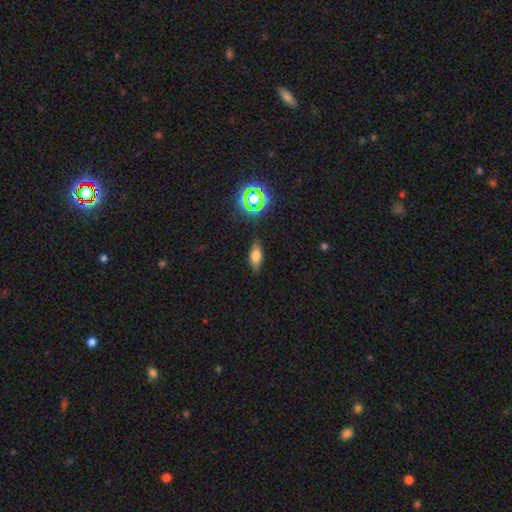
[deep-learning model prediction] Smooth or featured? Predicted: smooth (p=0.66). How rounded? Predicted: in between (p=0.75). Merging? Predicted: none (p=0.84).